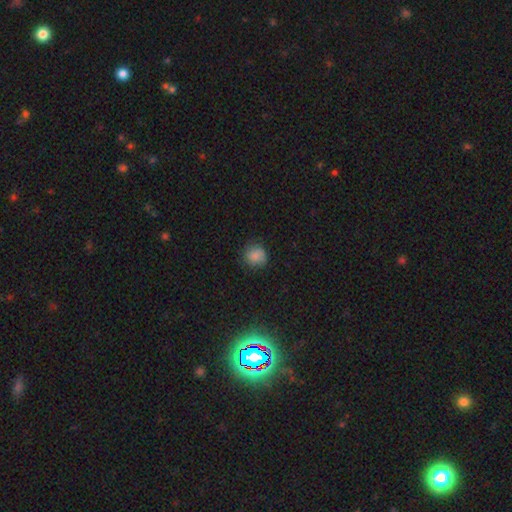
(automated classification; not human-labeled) Smooth or featured?
  - smooth: 80% *
  - star or artifact: 11%
  - featured or disk: 10%
How rounded?
  - round: 84% *
  - in between: 15%
  - cigar-shaped: 1%
Merging?
  - none: 75% *
  - minor disturbance: 19%
  - major disturbance: 4%
  - merger: 1%